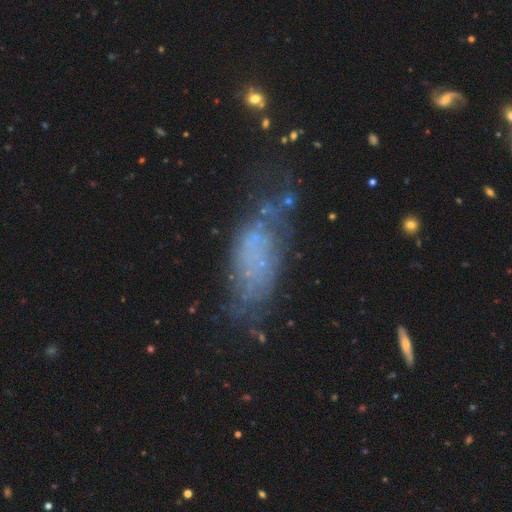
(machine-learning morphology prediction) Smooth or featured? Predicted: featured or disk (p=0.42). Merging? Predicted: none (p=0.44).